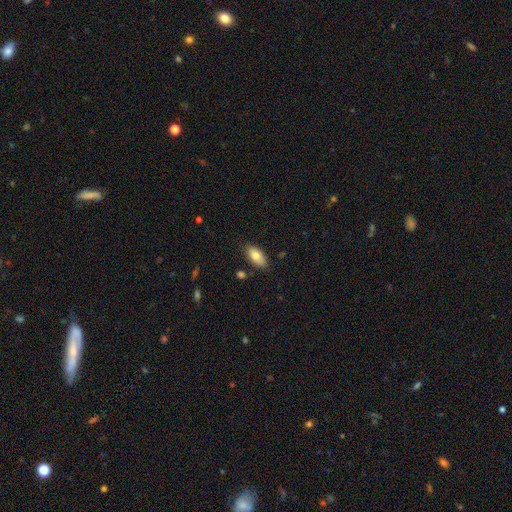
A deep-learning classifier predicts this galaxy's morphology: A smooth galaxy with no disk features (79%) that is in between round and cigar-shaped (91%). Merging: none (83%).